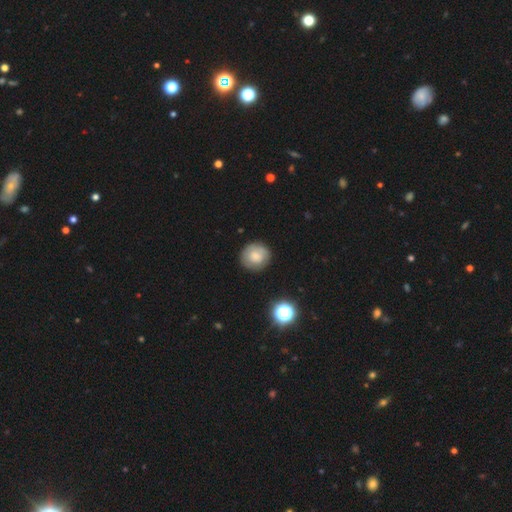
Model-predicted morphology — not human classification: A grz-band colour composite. It shows a smooth galaxy with no disk features (68%) that is round (88%). Merging: none (83%).